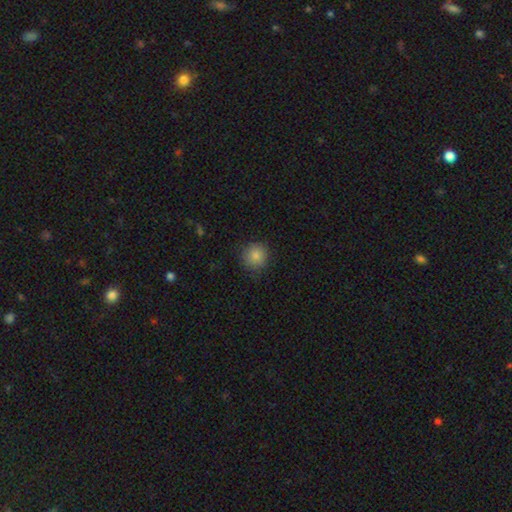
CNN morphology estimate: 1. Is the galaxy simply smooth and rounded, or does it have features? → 85% smooth, 10% star or artifact, 5% featured or disk.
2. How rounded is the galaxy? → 90% round, 9% in between, 1% cigar-shaped.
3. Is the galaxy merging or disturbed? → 83% none, 13% minor disturbance, 3% major disturbance, 1% merger.